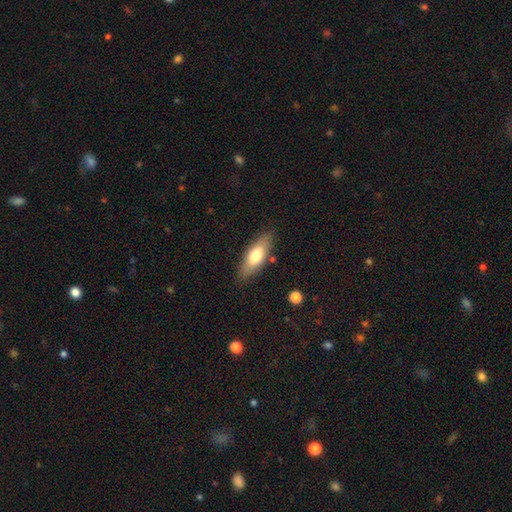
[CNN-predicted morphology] A smooth galaxy with no disk features (68%) that is in between round and cigar-shaped (66%). Merging: none (84%).